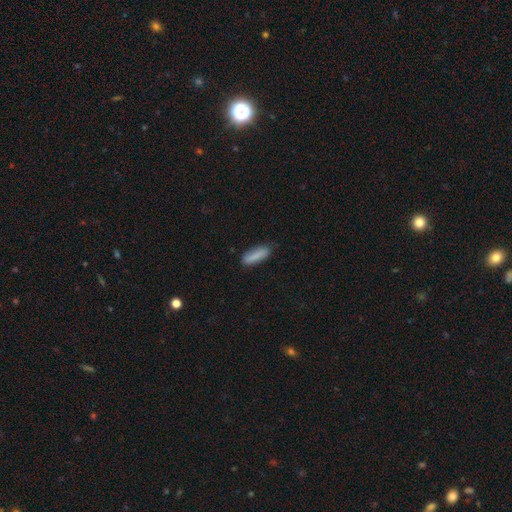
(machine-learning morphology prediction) Smooth or featured? smooth (84%)
How rounded? cigar-shaped (51%)
Merging? none (77%)